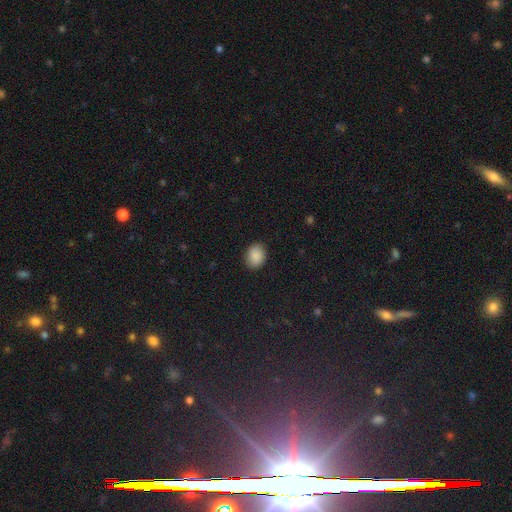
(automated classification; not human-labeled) A smooth galaxy with no disk features (89%) that is in between round and cigar-shaped (61%).

Vote fractions:
- Smooth or featured? smooth: 89% / star or artifact: 8% / featured or disk: 3%
- How rounded? in between: 61% / round: 38% / cigar-shaped: 1%
- Merging? none: 88% / minor disturbance: 9% / major disturbance: 2% / merger: 1%